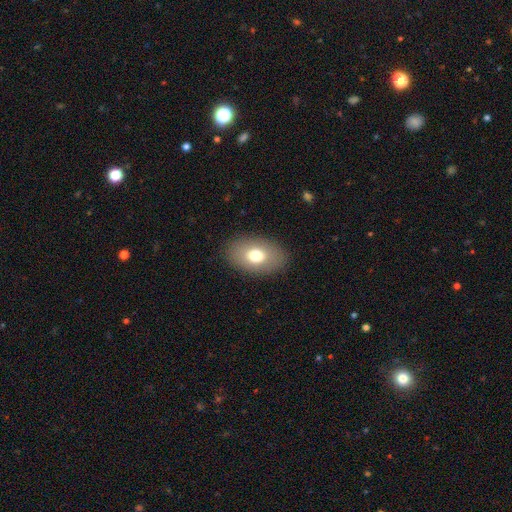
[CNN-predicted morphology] The model was most divided on "smooth or featured": smooth: 74%, featured or disk: 17%, star or artifact: 9%. More confident: merging — none (87%); how rounded — in between (87%).